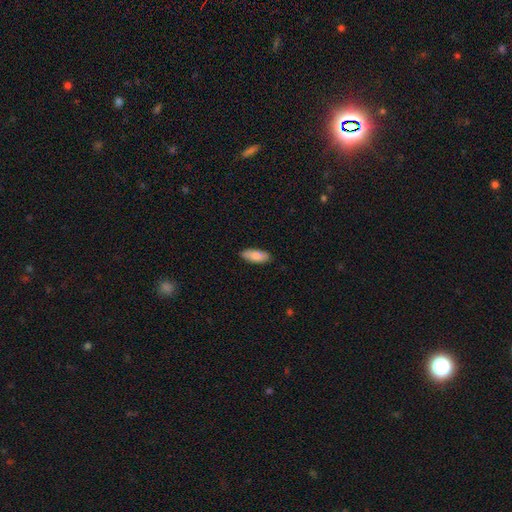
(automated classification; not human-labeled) A smooth galaxy with no disk features (84%) that is in between round and cigar-shaped (80%).

Vote fractions:
- Smooth or featured? smooth: 84% / featured or disk: 10% / star or artifact: 6%
- How rounded? in between: 80% / cigar-shaped: 18% / round: 2%
- Merging? none: 86% / minor disturbance: 11% / major disturbance: 2% / merger: 1%